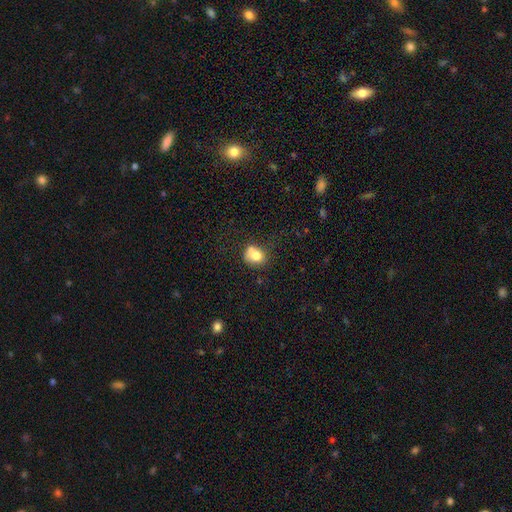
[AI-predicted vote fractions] Smooth or featured: smooth — 74% (featured or disk — 15%)
How rounded: round — 53% (in between — 46%)
Merging: none — 43% (minor disturbance — 24%)